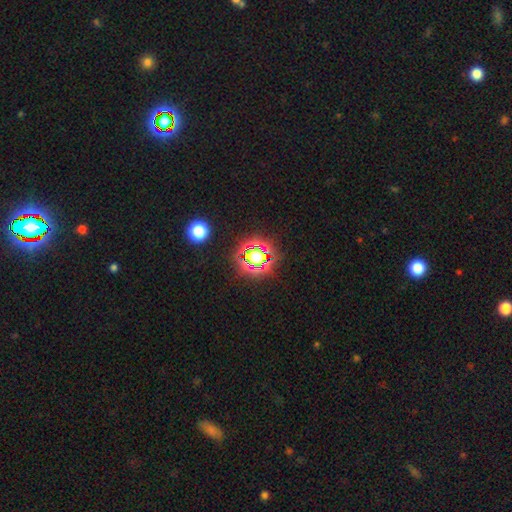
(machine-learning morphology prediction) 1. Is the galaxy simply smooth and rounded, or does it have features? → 59% star or artifact, 28% smooth, 13% featured or disk.